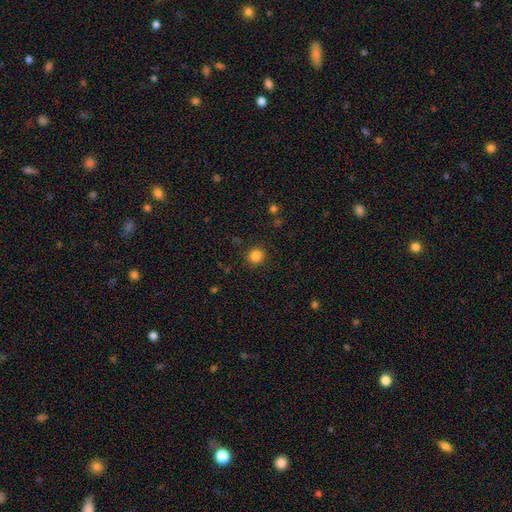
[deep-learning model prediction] Smooth or featured? smooth (84%)
How rounded? round (90%)
Merging? none (89%)